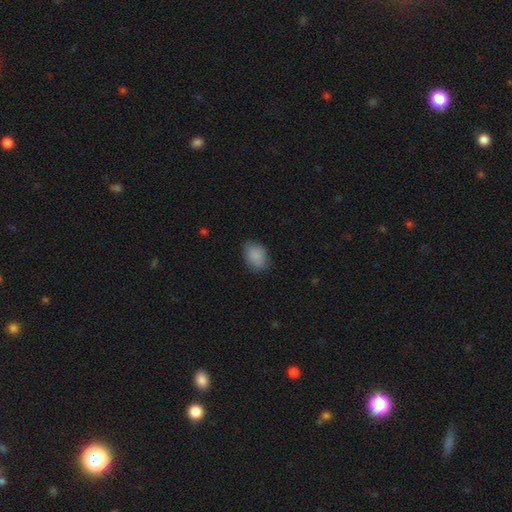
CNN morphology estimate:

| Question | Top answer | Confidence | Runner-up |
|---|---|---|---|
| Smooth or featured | smooth | 87% | star or artifact (8%) |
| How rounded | in between | 77% | round (22%) |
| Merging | none | 75% | minor disturbance (20%) |